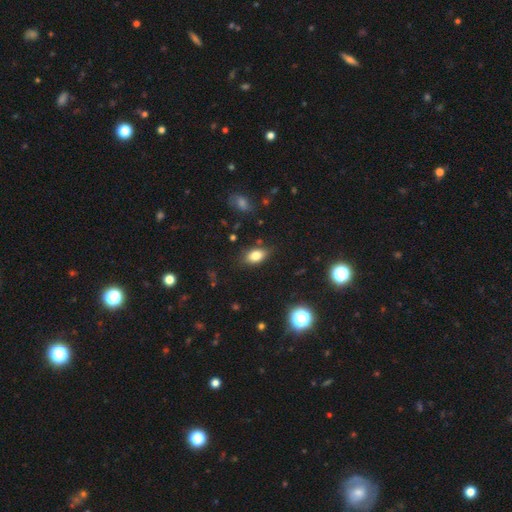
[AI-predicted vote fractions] Smooth or featured? Predicted: smooth (p=0.80). How rounded? Predicted: in between (p=0.86). Merging? Predicted: none (p=0.80).